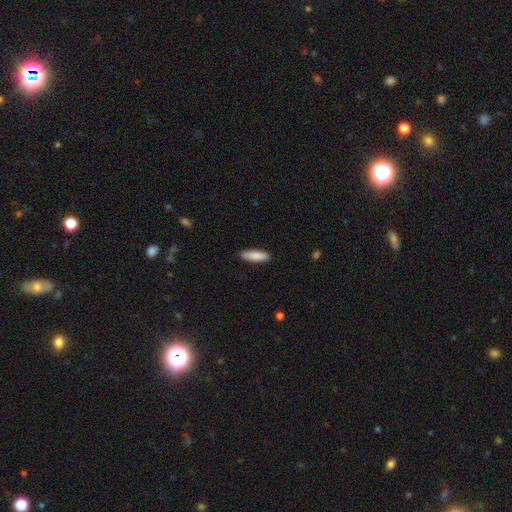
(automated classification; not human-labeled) The model was most divided on "how rounded": cigar-shaped: 56%, in between: 42%, round: 2%. More confident: merging — none (89%); smooth or featured — smooth (87%).